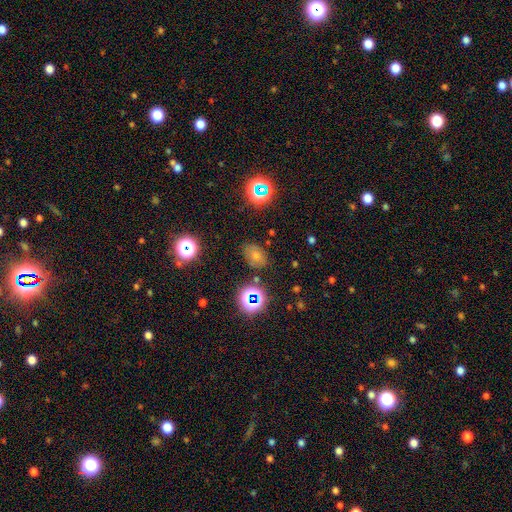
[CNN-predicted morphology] smooth_or_featured: smooth (p=0.63) [alt: star or artifact p=0.25]
how_rounded: in between (p=0.72) [alt: round p=0.27]
merging: none (p=0.78) [alt: minor disturbance p=0.15]